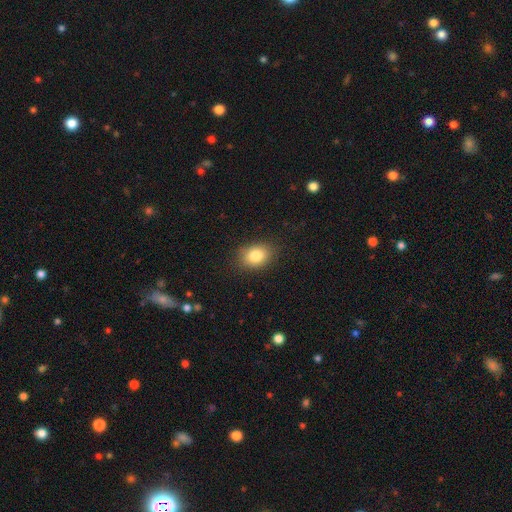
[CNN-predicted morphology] The model was most divided on "how rounded": in between: 70%, round: 29%, cigar-shaped: 1%. More confident: merging — none (86%); smooth or featured — smooth (82%).